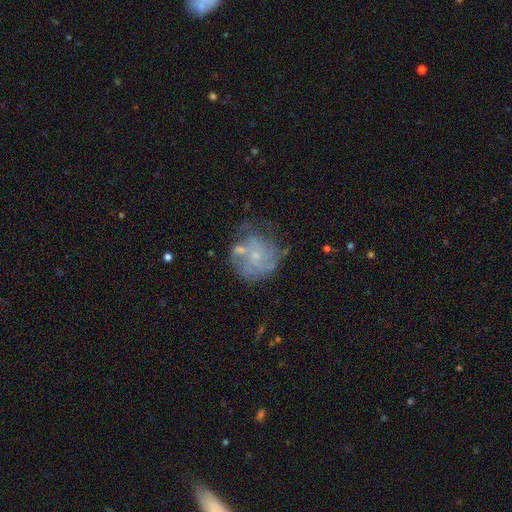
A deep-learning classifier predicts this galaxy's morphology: Smooth or featured?
  - featured or disk: 68% *
  - smooth: 23%
  - star or artifact: 10%
Edge-on disk?
  - no: 98% *
  - yes: 2%
Bar?
  - no: 80% *
  - weak: 17%
  - strong: 3%
Spiral arms?
  - yes: 72% *
  - no: 28%
Bulge size?
  - small: 74% *
  - moderate: 17%
  - none: 7%
  - large: 1%
  - dominant: 1%
Merging?
  - none: 52% *
  - minor disturbance: 22%
  - major disturbance: 14%
  - merger: 11%